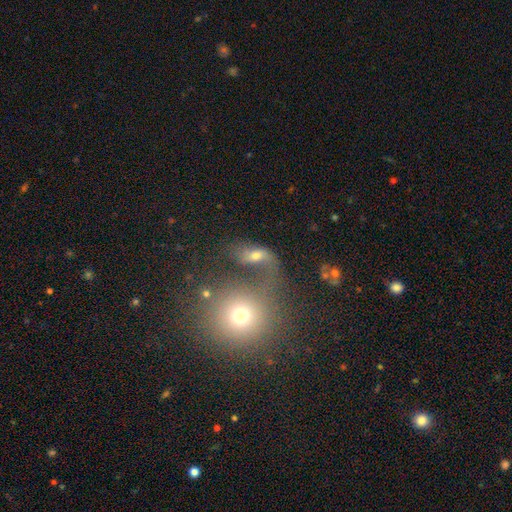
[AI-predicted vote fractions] A smooth galaxy with no disk features (44%). Merging: none (34%).